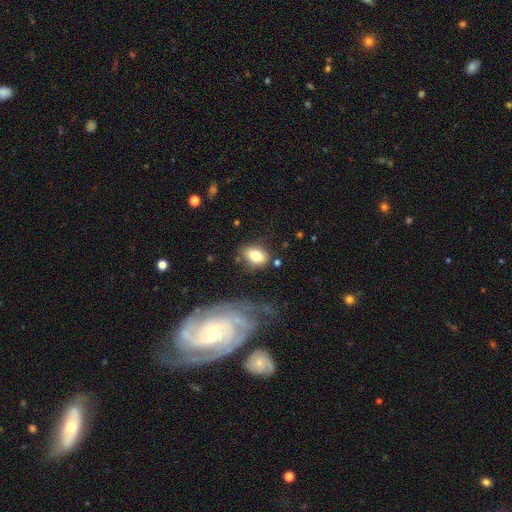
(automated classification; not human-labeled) Smooth or featured?
  - smooth: 79% *
  - featured or disk: 13%
  - star or artifact: 9%
How rounded?
  - in between: 79% *
  - round: 19%
  - cigar-shaped: 2%
Merging?
  - none: 70% *
  - minor disturbance: 19%
  - major disturbance: 6%
  - merger: 5%